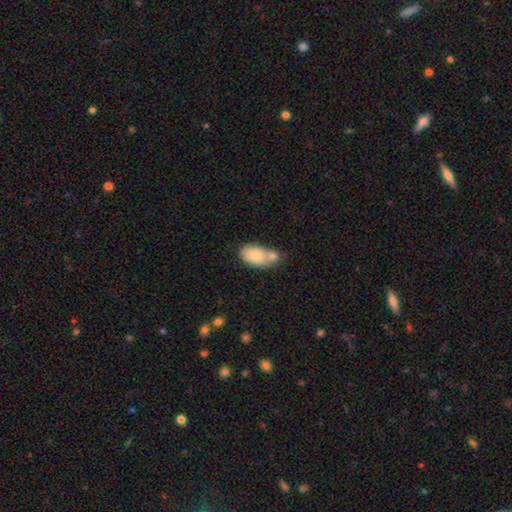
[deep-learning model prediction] smooth-or-featured: smooth: 77% | featured or disk: 16% | star or artifact: 7%
  how-rounded: in between: 91% | round: 7% | cigar-shaped: 2%
  merging: merger: 45% | none: 36% | minor disturbance: 15% | major disturbance: 4%